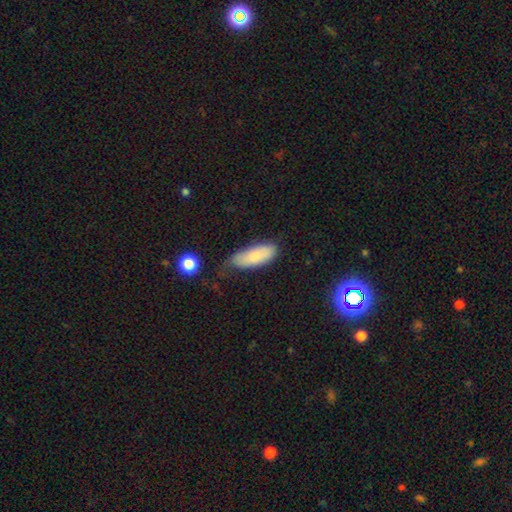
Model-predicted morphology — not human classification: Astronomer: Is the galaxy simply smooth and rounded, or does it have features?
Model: smooth — 81%.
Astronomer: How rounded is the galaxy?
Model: in between — 76%.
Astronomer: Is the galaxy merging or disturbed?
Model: none — 48% (runner-up: minor disturbance, 38%).